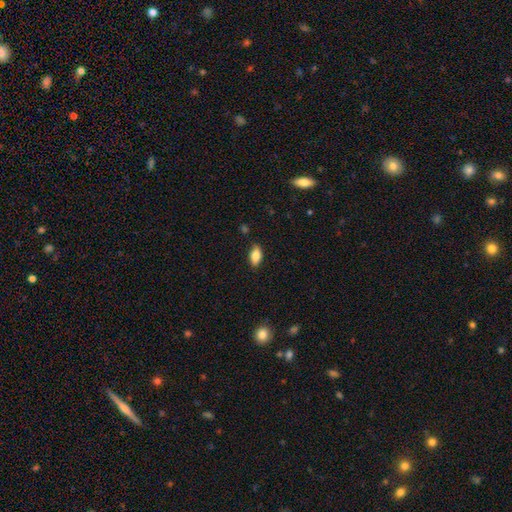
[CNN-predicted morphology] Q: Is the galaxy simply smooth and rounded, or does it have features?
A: smooth — 82%.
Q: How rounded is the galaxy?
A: in between — 89%.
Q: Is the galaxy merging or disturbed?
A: none — 83%.